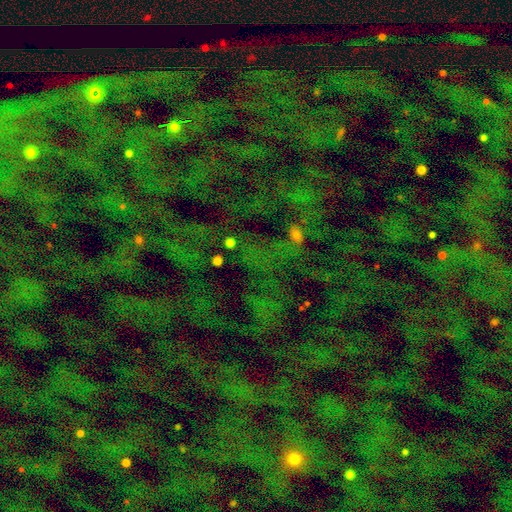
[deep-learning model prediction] smooth-or-featured: star or artifact: 71% | smooth: 19% | featured or disk: 10%